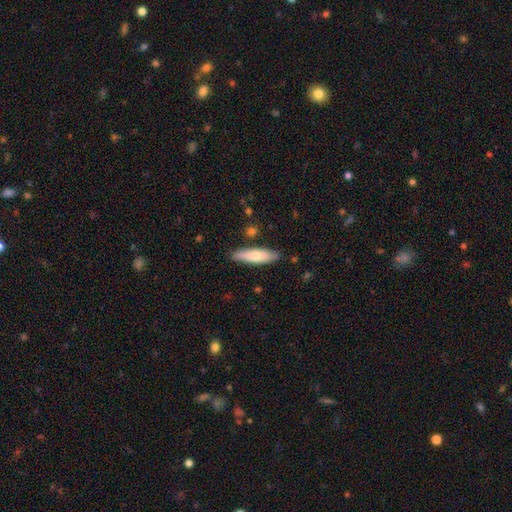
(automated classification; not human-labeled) A smooth galaxy with no disk features (69%) that is cigar-shaped (66%). Merging: none (86%).